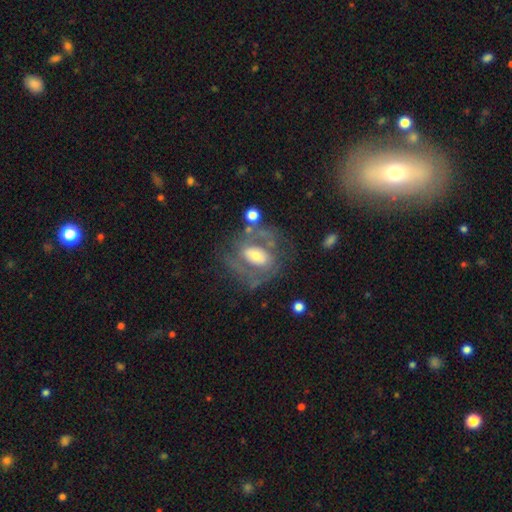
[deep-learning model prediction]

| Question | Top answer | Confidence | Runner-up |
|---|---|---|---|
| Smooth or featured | featured or disk | 71% | smooth (21%) |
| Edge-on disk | no | 95% | yes (5%) |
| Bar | no | 46% | weak (34%) |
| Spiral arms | yes | 68% | no (32%) |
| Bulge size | moderate | 50% | small (31%) |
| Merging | none | 53% | major disturbance (22%) |